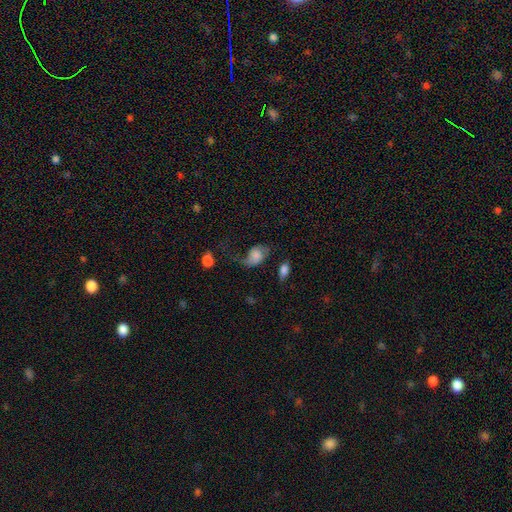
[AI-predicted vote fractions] A smooth galaxy with no disk features (61%) that is in between round and cigar-shaped (78%).

Vote fractions:
- Smooth or featured? smooth: 61% / featured or disk: 30% / star or artifact: 9%
- How rounded? in between: 78% / round: 20% / cigar-shaped: 2%
- Merging? none: 34% / major disturbance: 31% / minor disturbance: 29% / merger: 5%